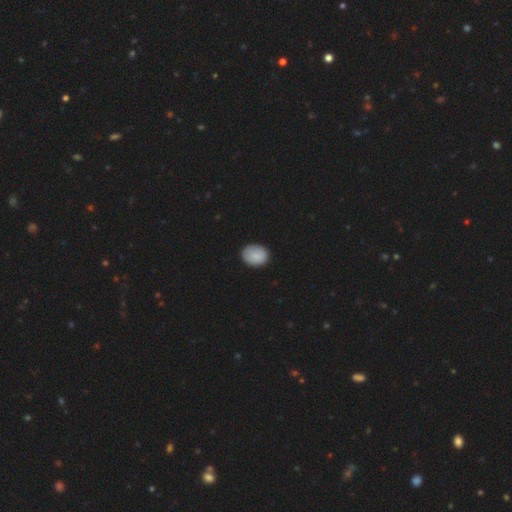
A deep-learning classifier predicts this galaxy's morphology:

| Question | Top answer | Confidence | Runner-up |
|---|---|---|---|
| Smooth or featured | smooth | 84% | featured or disk (9%) |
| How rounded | in between | 61% | round (38%) |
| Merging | none | 86% | minor disturbance (11%) |